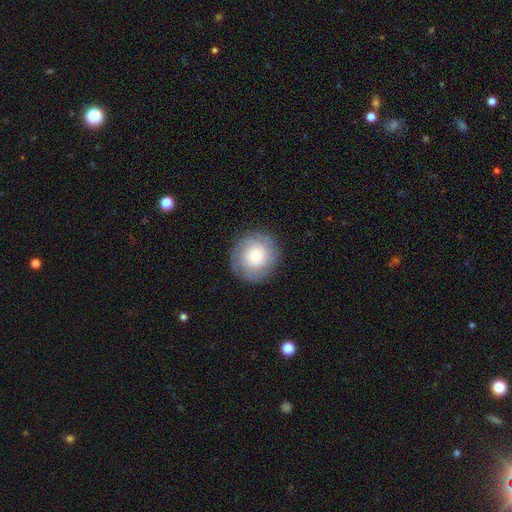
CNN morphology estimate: type=smooth (46%); merging=none (85%).